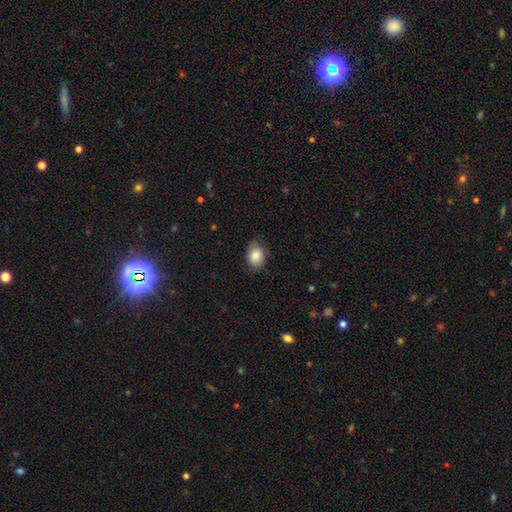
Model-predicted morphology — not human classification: Smooth or featured? Predicted: smooth (p=0.87). How rounded? Predicted: in between (p=0.71). Merging? Predicted: none (p=0.77).